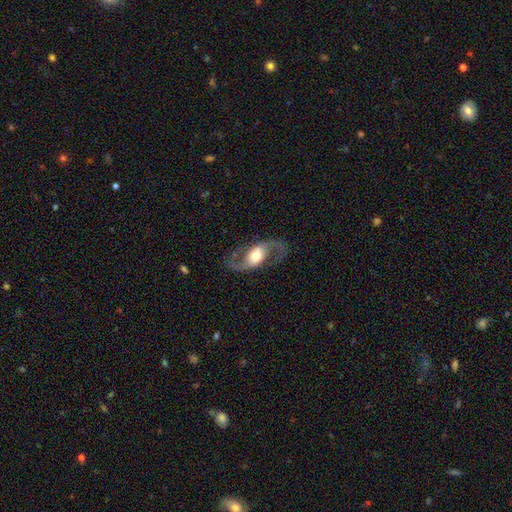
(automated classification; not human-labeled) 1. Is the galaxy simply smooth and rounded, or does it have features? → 88% featured or disk, 7% smooth, 5% star or artifact.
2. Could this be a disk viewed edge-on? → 96% no, 4% yes.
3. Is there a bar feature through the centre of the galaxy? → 40% no, 37% weak, 23% strong.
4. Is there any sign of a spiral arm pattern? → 95% yes, 5% no.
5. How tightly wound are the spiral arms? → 54% loose, 39% medium, 7% tight.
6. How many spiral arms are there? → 94% 2, 2% can't tell, 2% 1, 1% 3, 1% 4, 1% more than 4.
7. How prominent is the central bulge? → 62% moderate, 26% large, 8% small, 3% dominant, 1% none.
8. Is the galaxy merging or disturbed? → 81% none, 11% minor disturbance, 7% major disturbance, 1% merger.